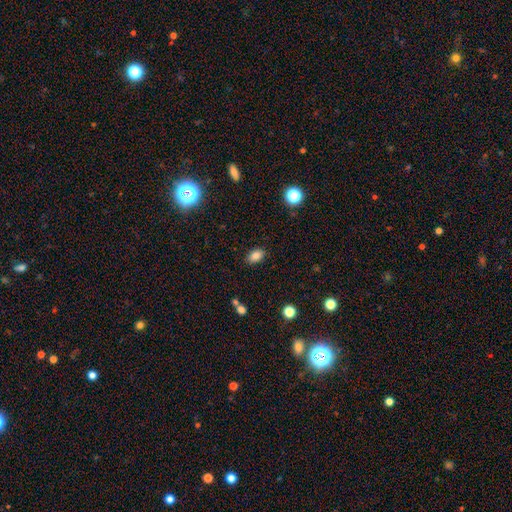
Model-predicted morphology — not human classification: Smooth or featured?
  - smooth: 83% *
  - star or artifact: 10%
  - featured or disk: 6%
How rounded?
  - in between: 86% *
  - round: 12%
  - cigar-shaped: 2%
Merging?
  - none: 87% *
  - minor disturbance: 9%
  - major disturbance: 2%
  - merger: 2%